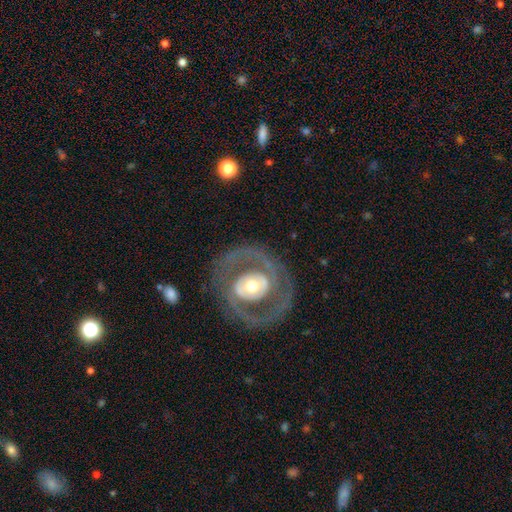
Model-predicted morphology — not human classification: Smooth or featured? featured or disk (80%)
Edge-on disk? no (96%)
Bar? no (59%)
Spiral arms? yes (65%)
Bulge size? moderate (60%)
Merging? none (79%)